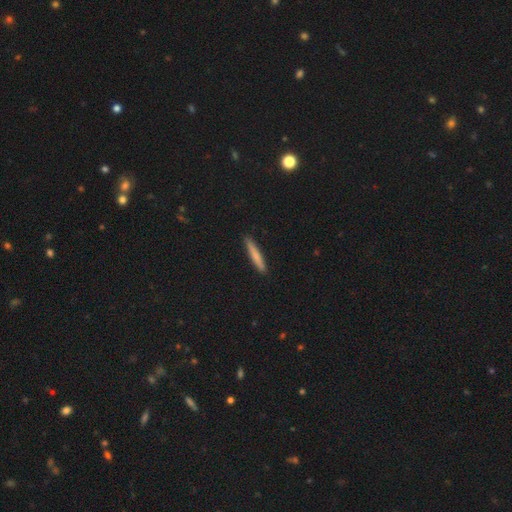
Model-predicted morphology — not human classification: Smooth or featured: smooth — 76% (featured or disk — 18%)
How rounded: cigar-shaped — 95% (in between — 4%)
Merging: none — 91% (minor disturbance — 7%)